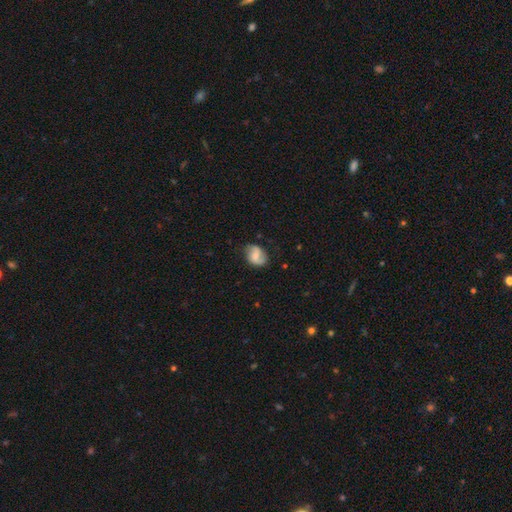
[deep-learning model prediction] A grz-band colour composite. It shows a featured or disk galaxy (51%). Merging: none (69%).